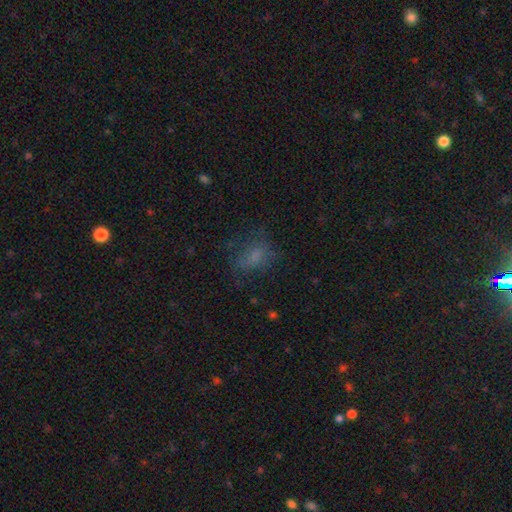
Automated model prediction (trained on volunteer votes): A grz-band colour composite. It shows a smooth galaxy with no disk features (64%) that is in between round and cigar-shaped (74%). Merging: none (54%).